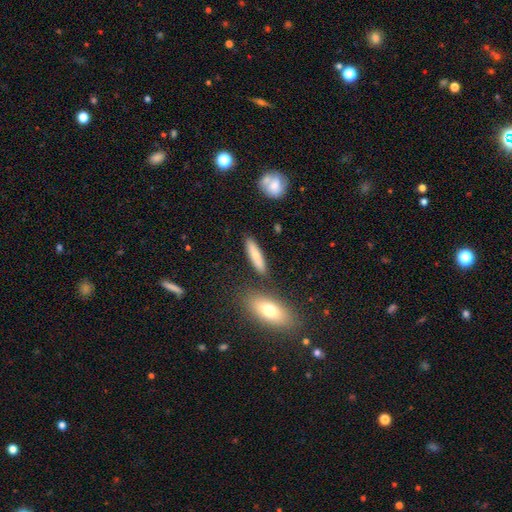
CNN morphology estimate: smooth-or-featured: smooth: 72% | featured or disk: 21% | star or artifact: 7%
  how-rounded: cigar-shaped: 69% | in between: 28% | round: 3%
  merging: none: 82% | minor disturbance: 10% | merger: 5% | major disturbance: 3%